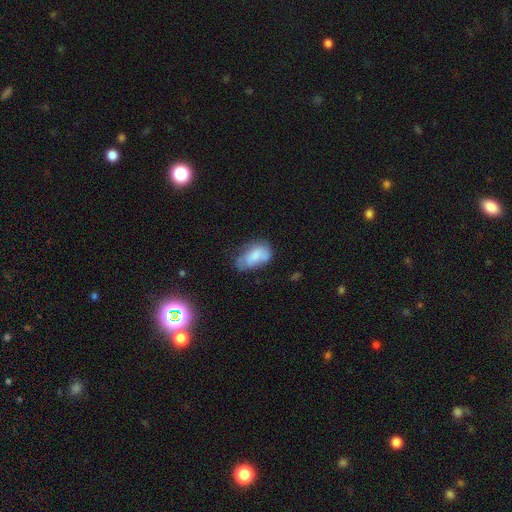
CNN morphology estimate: Q: Smooth or featured?
A: smooth (73%); runner-up: featured or disk (19%)
Q: How rounded?
A: in between (91%); runner-up: round (7%)
Q: Merging?
A: none (43%); runner-up: minor disturbance (36%)